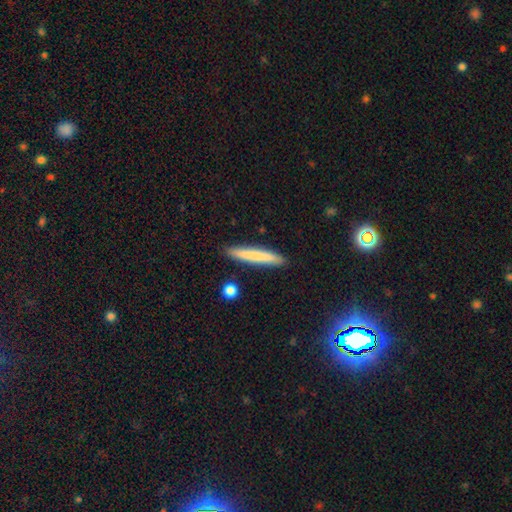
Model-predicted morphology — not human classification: Smooth or featured?
  - smooth: 74% *
  - featured or disk: 19%
  - star or artifact: 6%
How rounded?
  - cigar-shaped: 95% *
  - in between: 4%
  - round: 1%
Merging?
  - none: 90% *
  - minor disturbance: 6%
  - merger: 2%
  - major disturbance: 1%